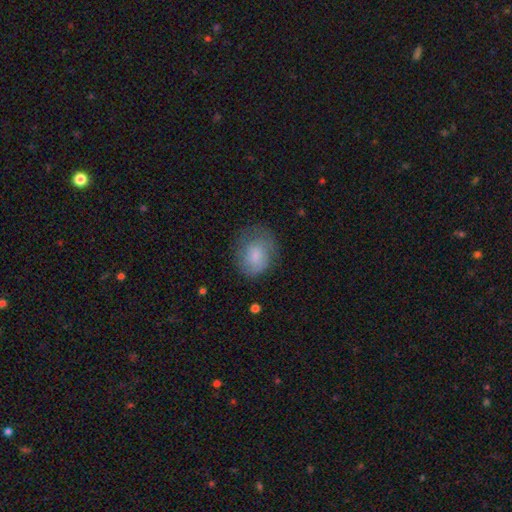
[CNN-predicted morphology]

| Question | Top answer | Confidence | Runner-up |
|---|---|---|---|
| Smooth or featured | smooth | 71% | featured or disk (21%) |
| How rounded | round | 51% | in between (48%) |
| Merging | none | 56% | minor disturbance (27%) |